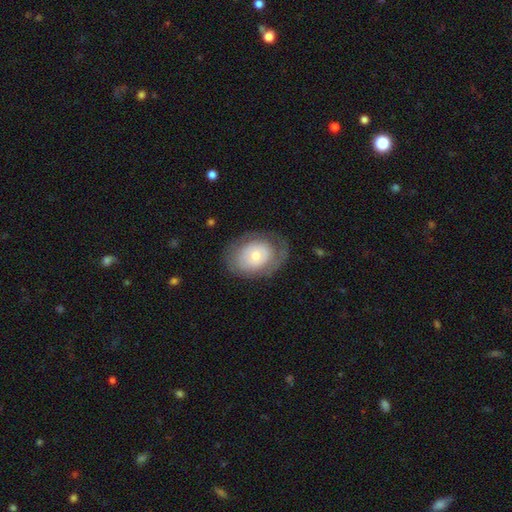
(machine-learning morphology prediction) The model was most divided on "smooth or featured": featured or disk: 47%, smooth: 46%, star or artifact: 7%. More confident: merging — none (70%).